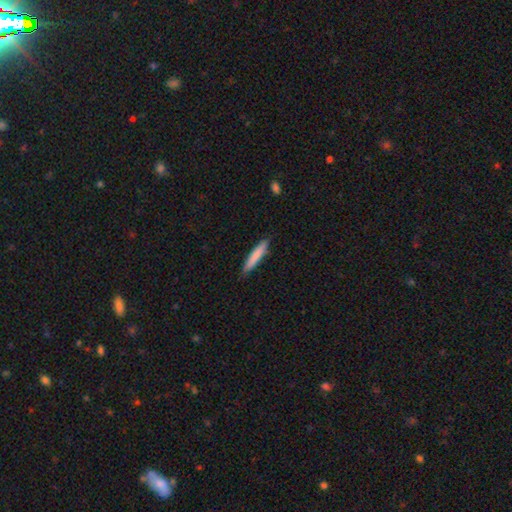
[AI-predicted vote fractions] Smooth or featured?
  - smooth: 81% *
  - featured or disk: 13%
  - star or artifact: 6%
How rounded?
  - cigar-shaped: 90% *
  - in between: 9%
  - round: 1%
Merging?
  - none: 86% *
  - minor disturbance: 11%
  - major disturbance: 2%
  - merger: 1%